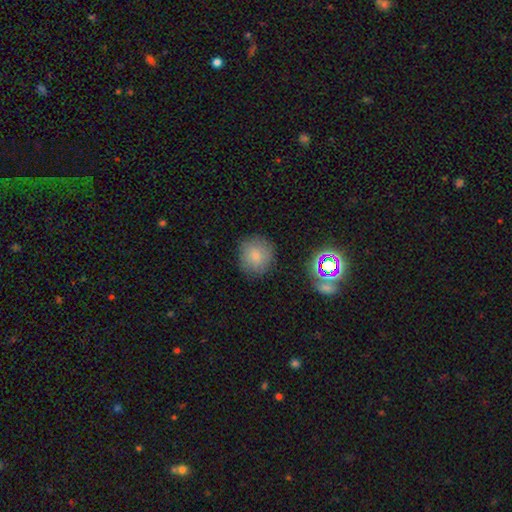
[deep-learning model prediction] Smooth or featured? smooth (77%)
How rounded? round (90%)
Merging? none (84%)